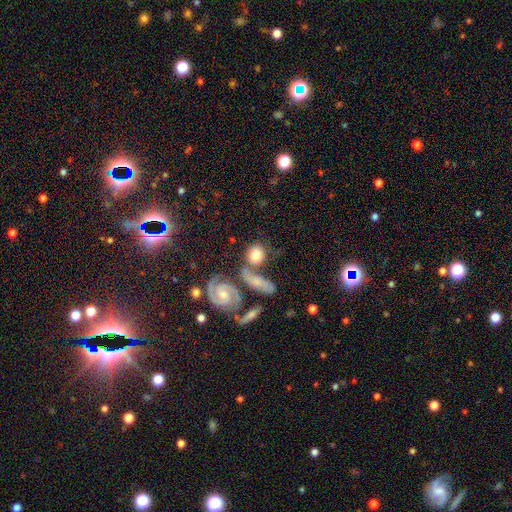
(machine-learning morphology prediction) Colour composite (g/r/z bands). It shows a smooth galaxy with no disk features (55%) that is round (64%). Merging: none (49%).